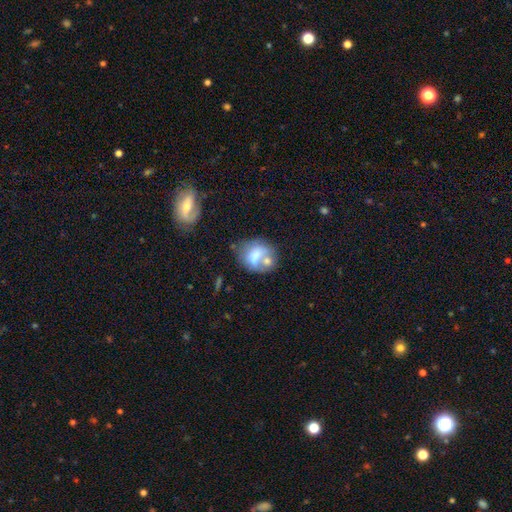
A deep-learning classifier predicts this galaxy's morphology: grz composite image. It shows a smooth galaxy with no disk features (62%) that is round (55%). Merging: merger (38%).